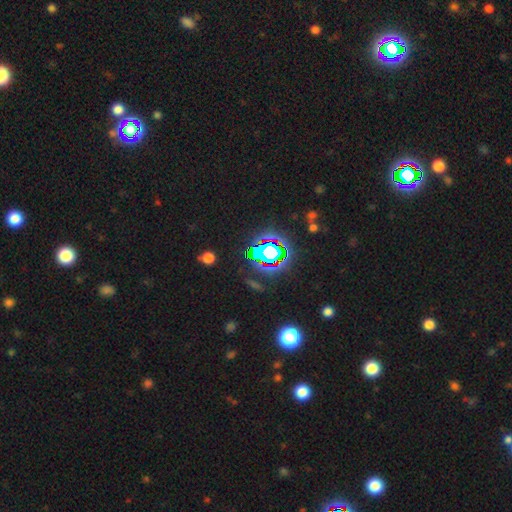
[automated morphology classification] This is likely a star or artifact rather than a galaxy (79%).